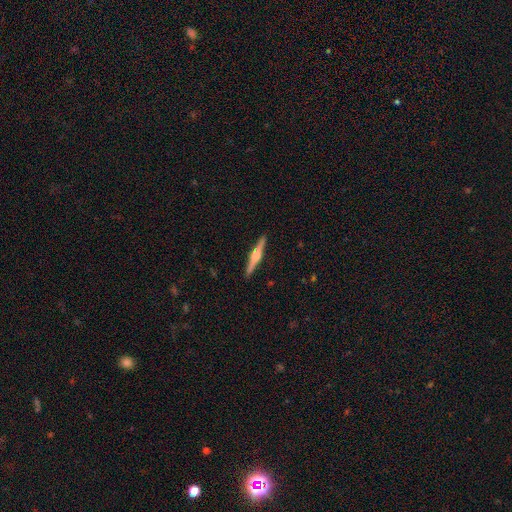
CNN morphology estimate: This appears to be a featured or disk galaxy (78%) viewed edge-on (98%) with a rounded central bulge (92%). Merging: none (92%).